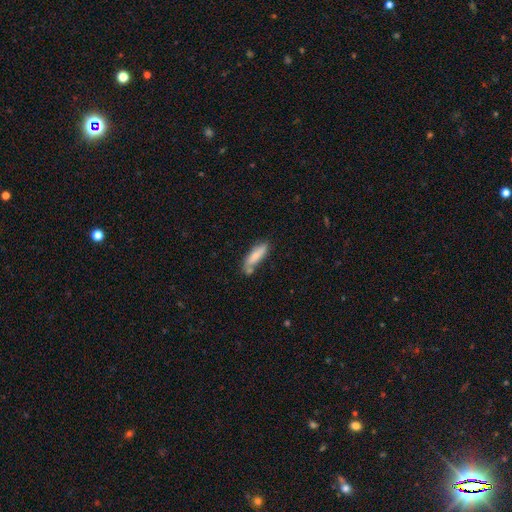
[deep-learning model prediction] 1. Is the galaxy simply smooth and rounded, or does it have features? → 77% smooth, 17% featured or disk, 6% star or artifact.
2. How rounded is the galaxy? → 64% cigar-shaped, 34% in between, 2% round.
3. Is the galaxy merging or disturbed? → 58% none, 23% minor disturbance, 13% merger, 5% major disturbance.